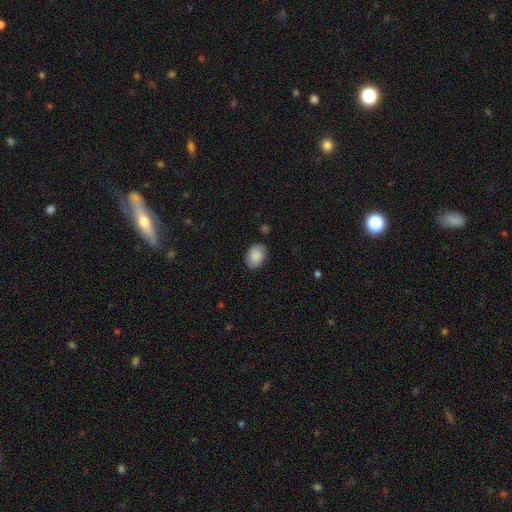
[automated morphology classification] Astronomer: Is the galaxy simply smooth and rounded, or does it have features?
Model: smooth — 82%.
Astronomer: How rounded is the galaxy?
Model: in between — 71%.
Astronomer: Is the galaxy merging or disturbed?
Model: none — 80%.